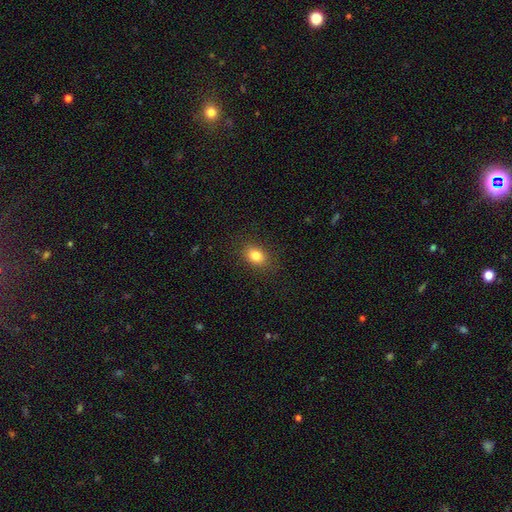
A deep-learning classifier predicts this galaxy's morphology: A smooth galaxy with no disk features (83%) that is in between round and cigar-shaped (72%). Merging: none (87%).